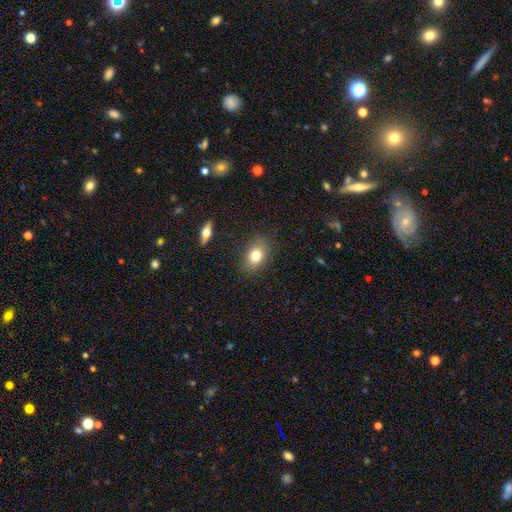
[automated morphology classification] Overall: smooth (76%). How rounded: in between (78%). Merging: none (83%).